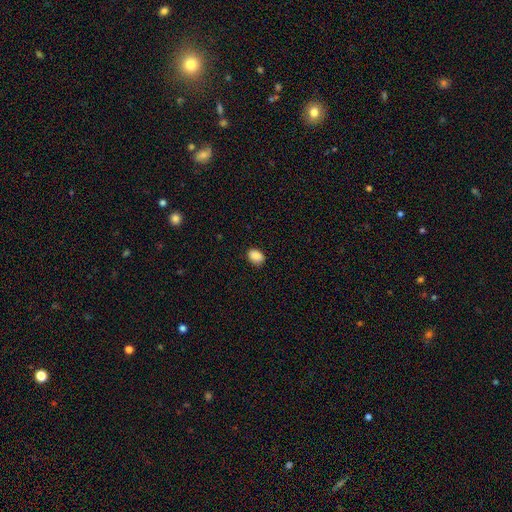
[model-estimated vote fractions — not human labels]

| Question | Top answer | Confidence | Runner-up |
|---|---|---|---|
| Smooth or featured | smooth | 89% | star or artifact (8%) |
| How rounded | in between | 74% | round (24%) |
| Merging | none | 84% | minor disturbance (12%) |